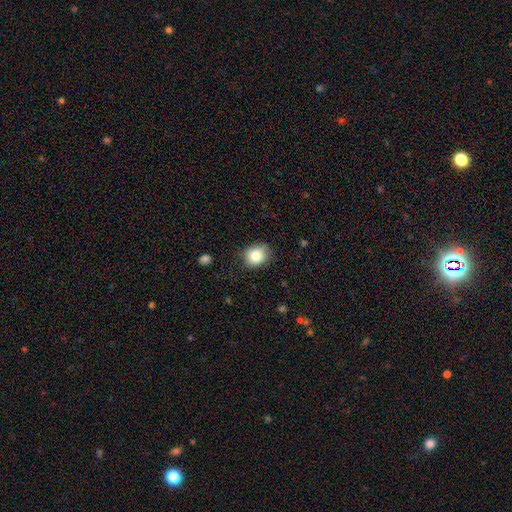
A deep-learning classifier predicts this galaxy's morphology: This appears to be a smooth galaxy with no disk features (82%) that is round (60%). Merging: none (76%).